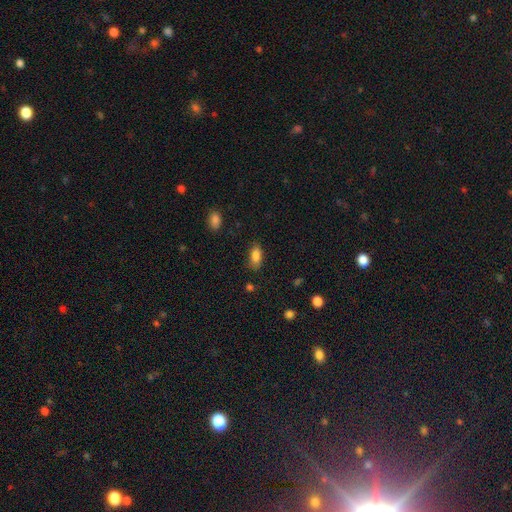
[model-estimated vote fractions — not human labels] smooth 86%, star or artifact 9%, featured or disk 6%. Down the decision tree: how rounded — in between (85%); merging — none (79%).